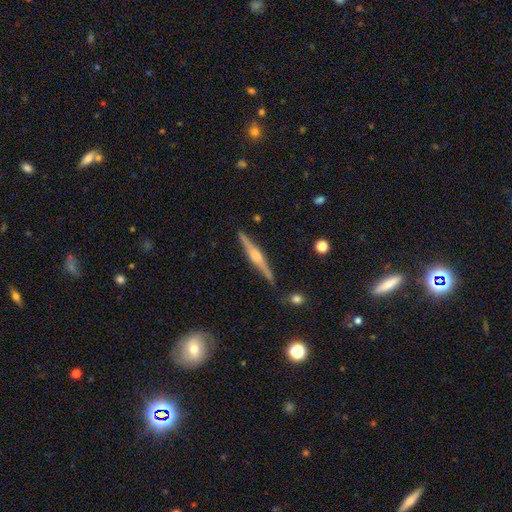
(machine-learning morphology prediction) Smooth or featured? featured or disk (79%)
Edge-on disk? yes (98%)
Edge-on bulge? rounded (83%)
Merging? none (89%)